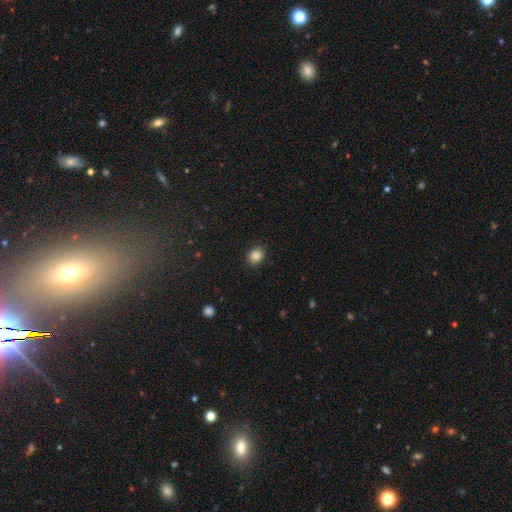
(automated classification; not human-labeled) Smooth or featured?
  - smooth: 86% *
  - star or artifact: 10%
  - featured or disk: 4%
How rounded?
  - round: 72% *
  - in between: 28%
  - cigar-shaped: 1%
Merging?
  - none: 90% *
  - minor disturbance: 7%
  - major disturbance: 2%
  - merger: 1%